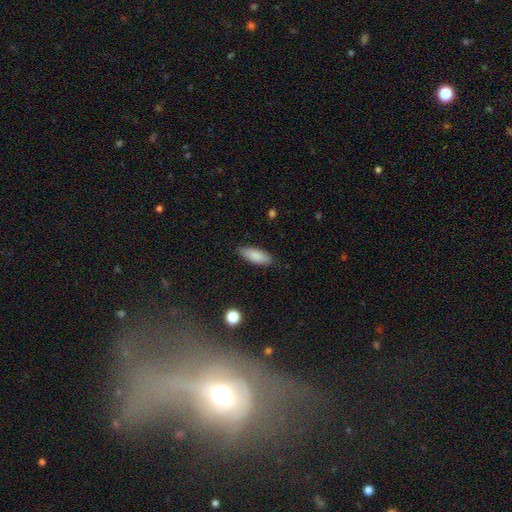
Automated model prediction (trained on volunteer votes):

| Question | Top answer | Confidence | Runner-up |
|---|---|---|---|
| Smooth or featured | smooth | 87% | featured or disk (7%) |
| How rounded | in between | 70% | cigar-shaped (28%) |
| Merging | none | 85% | minor disturbance (12%) |